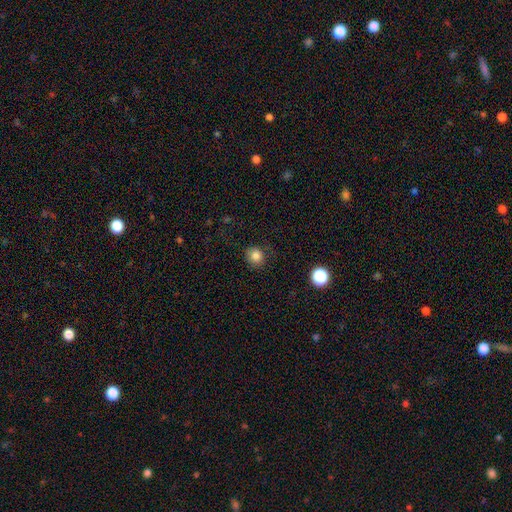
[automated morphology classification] This is clearly a smooth galaxy (83%). How rounded: clearly round (83%). Merging: likely none (80%).